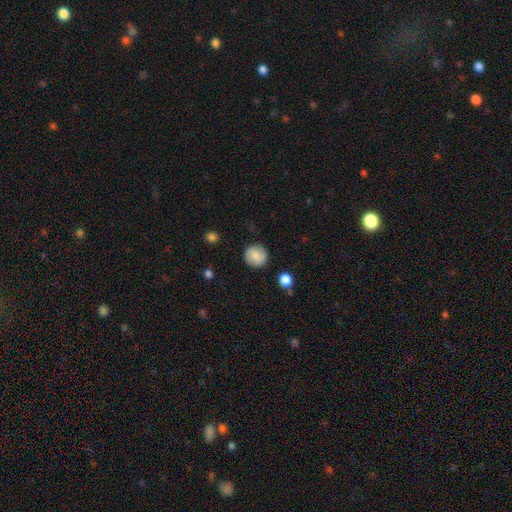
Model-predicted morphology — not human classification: type=smooth (82%); roundness=round (92%); merging=none (88%).